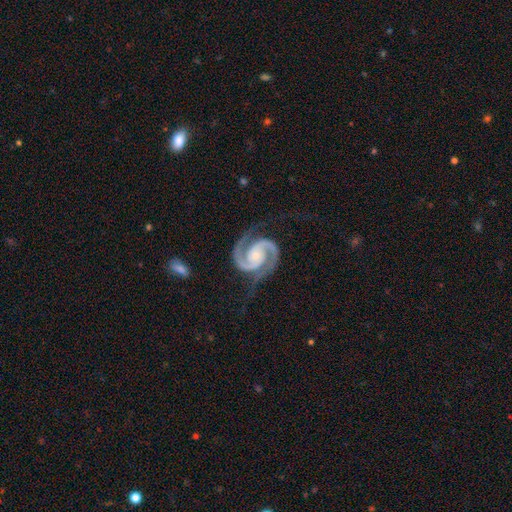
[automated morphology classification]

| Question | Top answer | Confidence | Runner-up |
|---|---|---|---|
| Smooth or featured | featured or disk | 95% | star or artifact (3%) |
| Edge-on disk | no | 99% | yes (1%) |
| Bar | no | 66% | weak (24%) |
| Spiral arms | yes | 99% | no (1%) |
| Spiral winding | medium | 54% | tight (39%) |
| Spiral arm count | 2 | 95% | 3 (1%) |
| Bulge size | small | 58% | moderate (31%) |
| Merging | none | 77% | minor disturbance (15%) |